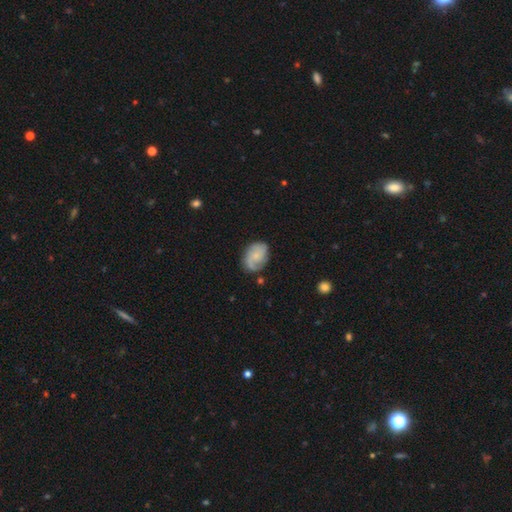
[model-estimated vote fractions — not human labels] Overall: featured or disk (55%; smooth 38%). Edge-on disk: no (97%). Bar: no (72%). Spiral arms: yes (88%). Bulge size: small (56%; none 21%). Merging: none (67%).